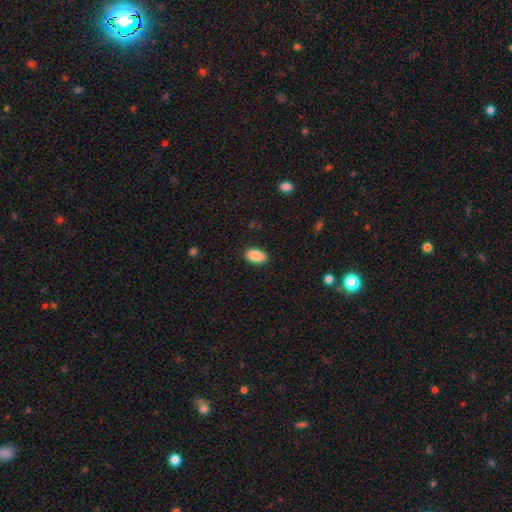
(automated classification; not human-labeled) The model was most divided on "merging": none: 88%, minor disturbance: 8%, major disturbance: 2%, merger: 1%. More confident: how rounded — in between (94%); smooth or featured — smooth (89%).